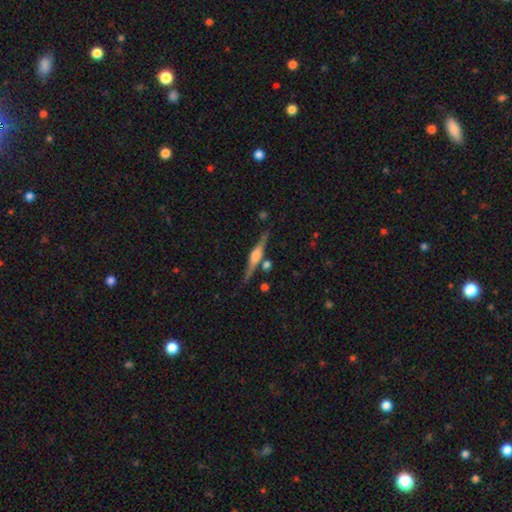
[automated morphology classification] Smooth or featured?
  - featured or disk: 76% *
  - smooth: 17%
  - star or artifact: 6%
Edge-on disk?
  - yes: 98% *
  - no: 2%
Edge-on bulge?
  - rounded: 77% *
  - boxy: 19%
  - none: 4%
Merging?
  - none: 82% *
  - minor disturbance: 10%
  - merger: 6%
  - major disturbance: 2%